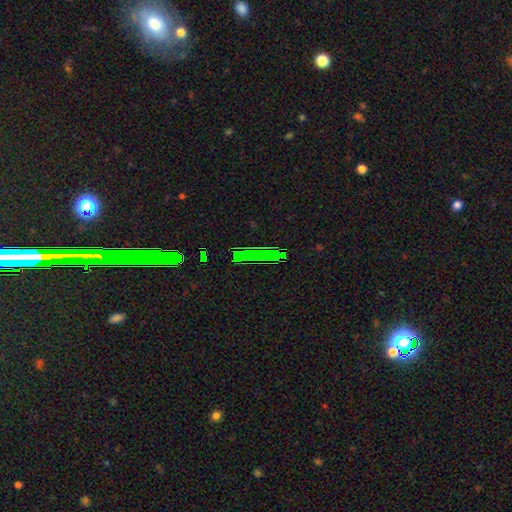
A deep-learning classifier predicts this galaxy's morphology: star or artifact 58%, featured or disk 21%, smooth 21%.